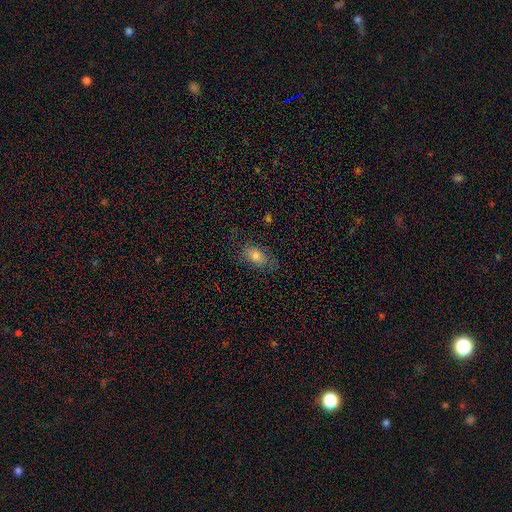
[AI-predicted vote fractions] This is likely a smooth galaxy (77%). How rounded: clearly in between (85%). Merging: likely none (75%).